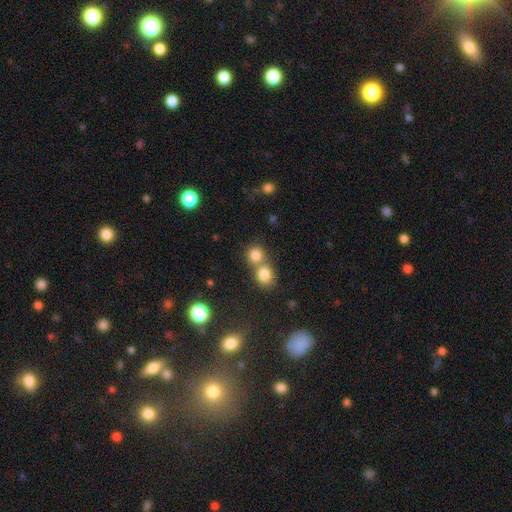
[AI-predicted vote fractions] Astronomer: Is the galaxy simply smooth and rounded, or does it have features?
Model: smooth — 80%.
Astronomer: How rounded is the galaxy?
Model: round — 82%.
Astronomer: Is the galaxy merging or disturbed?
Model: merger — 51% (runner-up: none, 41%).